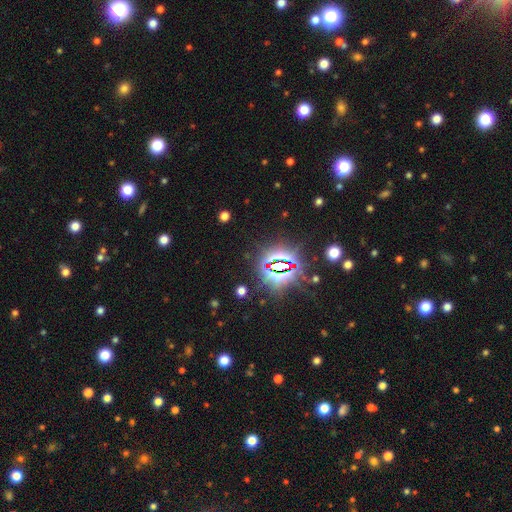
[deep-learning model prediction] smooth-or-featured: star or artifact: 79% | smooth: 13% | featured or disk: 7%